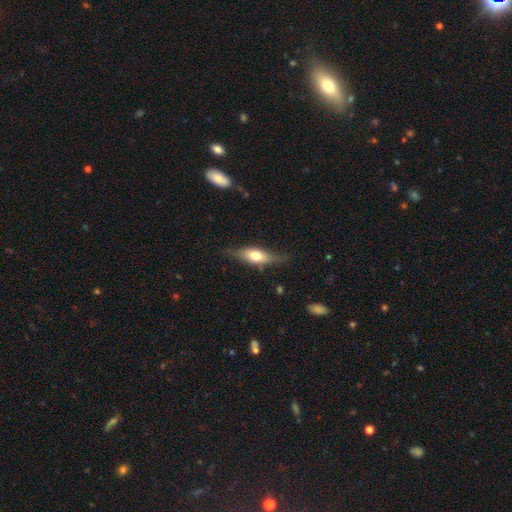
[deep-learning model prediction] Smooth or featured: smooth — 52% (featured or disk — 42%)
How rounded: in between — 55% (cigar-shaped — 42%)
Merging: none — 72% (minor disturbance — 21%)